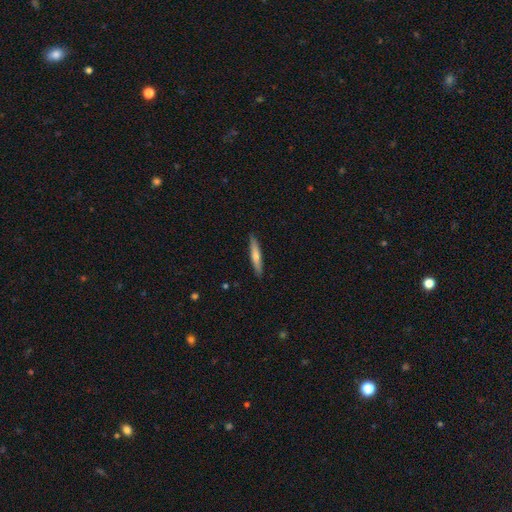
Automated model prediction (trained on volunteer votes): A smooth galaxy with no disk features (66%) that is cigar-shaped (92%). Merging: none (90%).